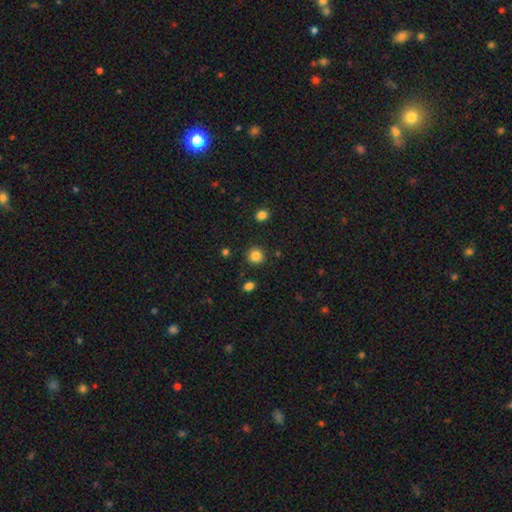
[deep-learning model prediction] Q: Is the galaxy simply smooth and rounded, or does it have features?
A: smooth — 84%.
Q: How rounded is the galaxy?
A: round — 92%.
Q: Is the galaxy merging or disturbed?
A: none — 90%.